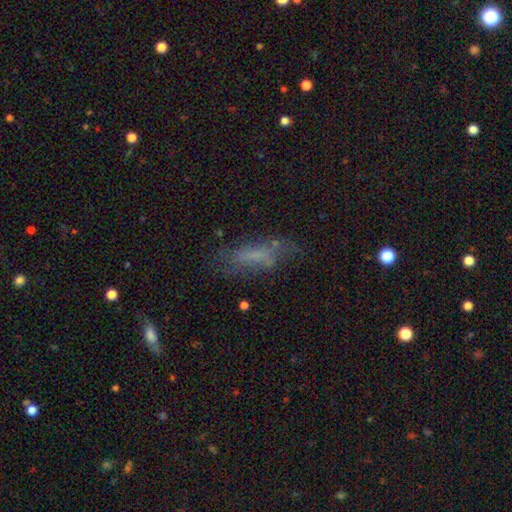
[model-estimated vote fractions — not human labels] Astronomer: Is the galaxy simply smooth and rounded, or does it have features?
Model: smooth — 52% (runner-up: featured or disk, 35%).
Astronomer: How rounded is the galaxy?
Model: cigar-shaped — 50% (runner-up: in between, 48%).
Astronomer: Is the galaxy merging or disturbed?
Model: none — 55%.